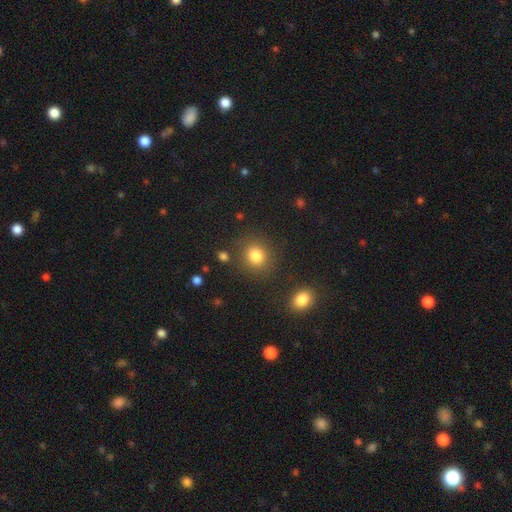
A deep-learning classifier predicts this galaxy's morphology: Overall: smooth (83%). How rounded: round (76%). Merging: none (82%).